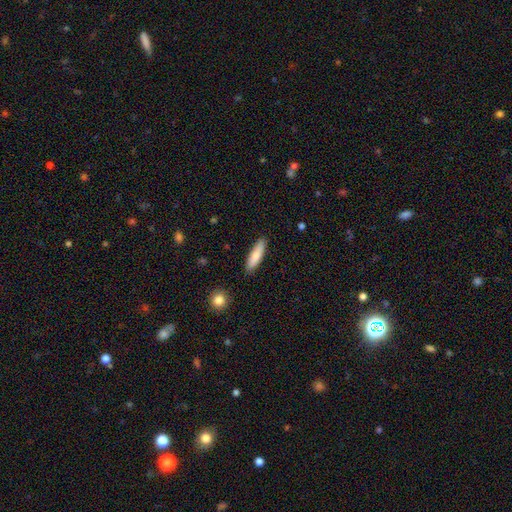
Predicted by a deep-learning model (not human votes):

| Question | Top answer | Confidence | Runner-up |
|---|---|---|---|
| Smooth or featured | smooth | 79% | featured or disk (16%) |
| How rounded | cigar-shaped | 69% | in between (29%) |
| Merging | none | 88% | minor disturbance (9%) |